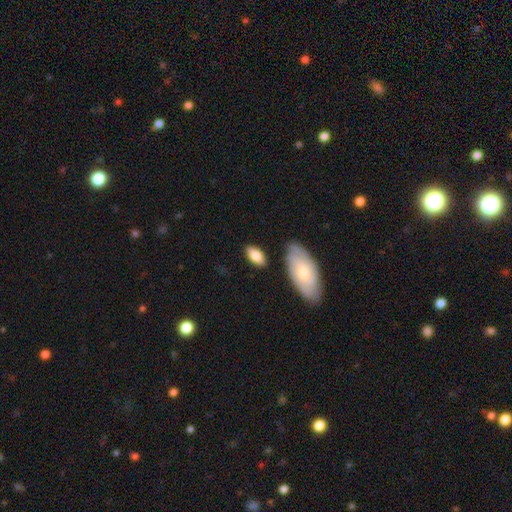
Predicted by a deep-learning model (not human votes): Smooth or featured: smooth — 79% (featured or disk — 15%)
How rounded: in between — 90% (cigar-shaped — 7%)
Merging: none — 76% (minor disturbance — 15%)